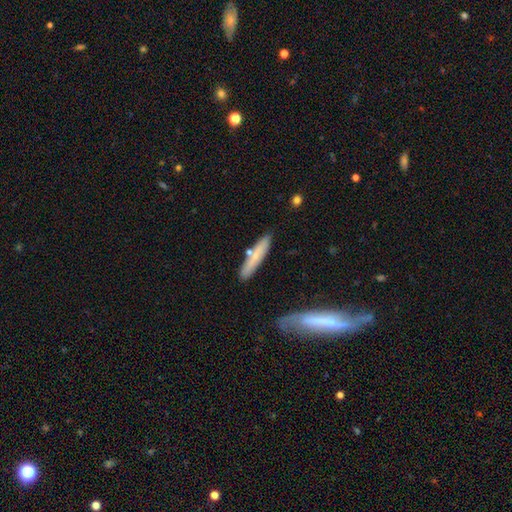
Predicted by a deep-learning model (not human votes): Morphology: type=smooth (64%); roundness=cigar-shaped (87%); merging=none (77%).